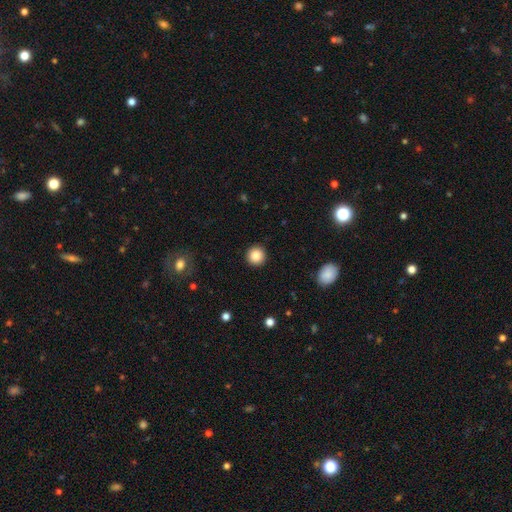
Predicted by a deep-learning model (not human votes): A smooth galaxy with no disk features (84%) that is round (95%).

Vote fractions:
- Smooth or featured? smooth: 84% / star or artifact: 10% / featured or disk: 6%
- How rounded? round: 95% / in between: 4% / cigar-shaped: 1%
- Merging? none: 93% / minor disturbance: 5% / major disturbance: 2% / merger: 1%